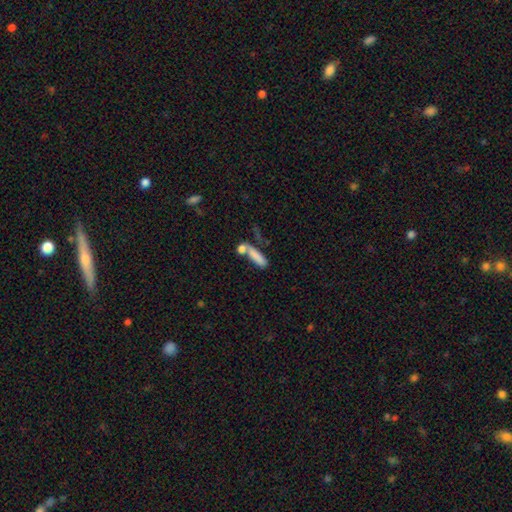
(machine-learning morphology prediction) smooth-or-featured: smooth: 78% | featured or disk: 13% | star or artifact: 9%
  how-rounded: cigar-shaped: 60% | in between: 36% | round: 4%
  merging: none: 42% | merger: 35% | minor disturbance: 13% | major disturbance: 10%